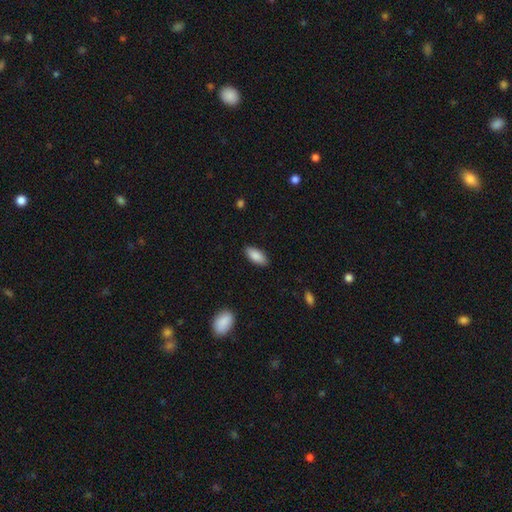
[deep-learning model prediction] A smooth galaxy with no disk features (88%) that is in between round and cigar-shaped (87%). Merging: none (88%).